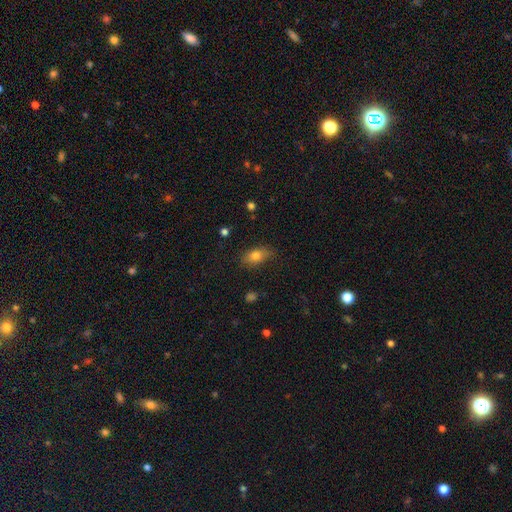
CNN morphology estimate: type=smooth (77%); roundness=in between (83%); merging=none (76%).